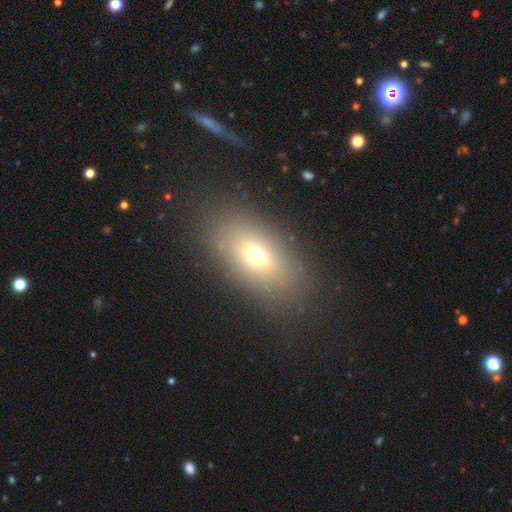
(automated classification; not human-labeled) Smooth or featured: smooth — 62% (featured or disk — 23%)
How rounded: in between — 84% (round — 10%)
Merging: none — 81% (minor disturbance — 11%)